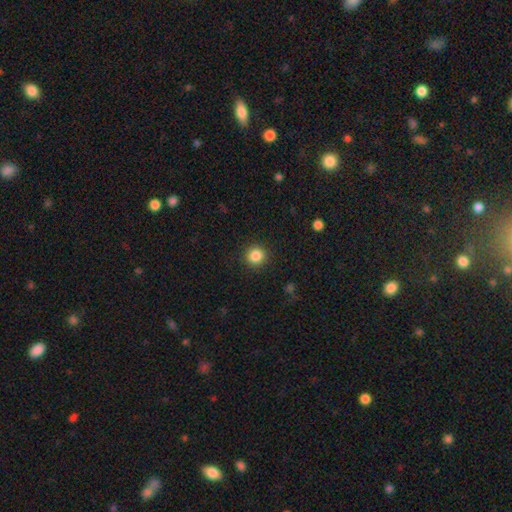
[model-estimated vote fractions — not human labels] A smooth galaxy with no disk features (85%) that is round (93%).

Vote fractions:
- Smooth or featured? smooth: 85% / star or artifact: 11% / featured or disk: 4%
- How rounded? round: 93% / in between: 6% / cigar-shaped: 1%
- Merging? none: 91% / minor disturbance: 6% / major disturbance: 2% / merger: 1%